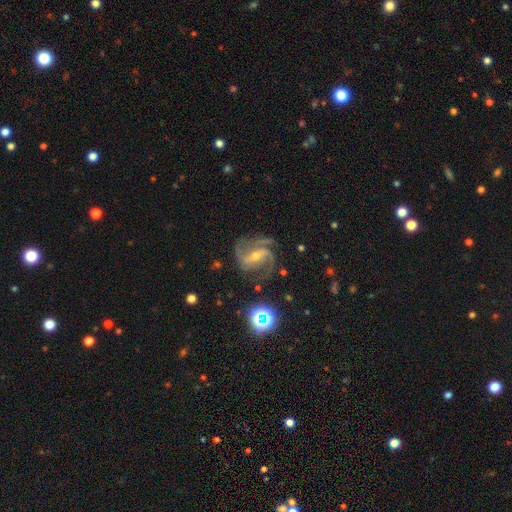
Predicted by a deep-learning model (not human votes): Smooth or featured? Predicted: featured or disk (p=0.89). Edge-on disk? Predicted: no (p=0.98). Bar? Predicted: strong (p=0.42). Spiral arms? Predicted: yes (p=0.98). Spiral winding? Predicted: medium (p=0.56). Spiral arm count? Predicted: 3 (p=0.48). Bulge size? Predicted: small (p=0.51). Merging? Predicted: none (p=0.71).